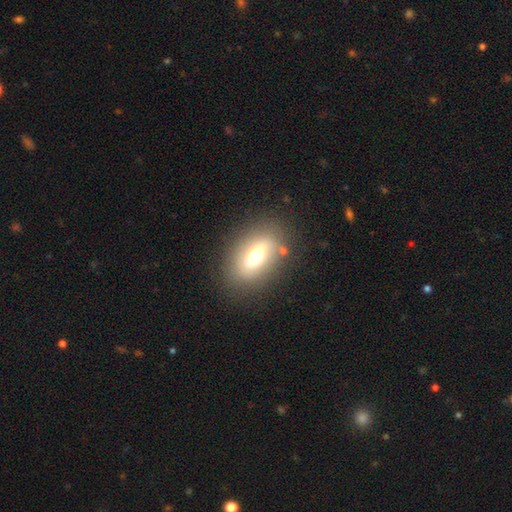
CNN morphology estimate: smooth 52%, featured or disk 36%, star or artifact 11%. Down the decision tree: how rounded — in between (76%); merging — none (80%).